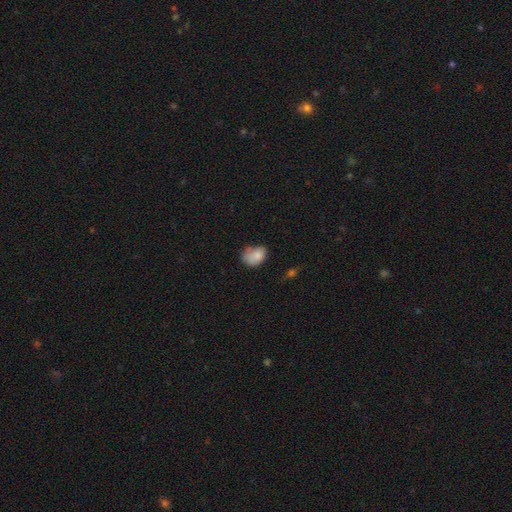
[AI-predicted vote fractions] Smooth or featured: smooth — 79% (featured or disk — 11%)
How rounded: in between — 69% (round — 30%)
Merging: none — 42% (minor disturbance — 35%)